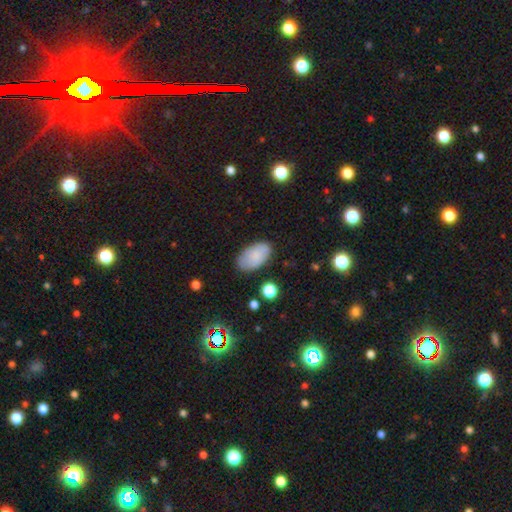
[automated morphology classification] Smooth or featured? smooth (81%)
How rounded? in between (94%)
Merging? none (80%)